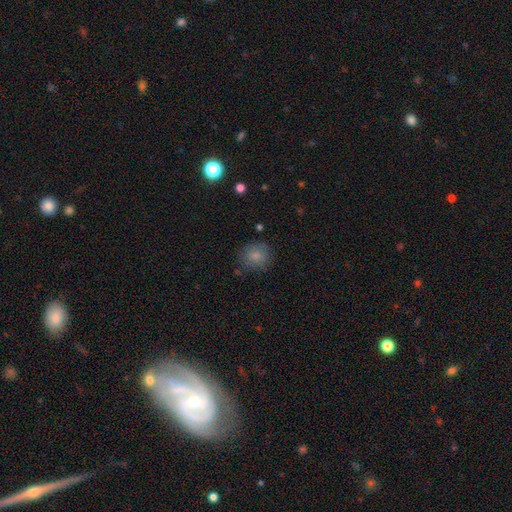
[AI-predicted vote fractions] A smooth galaxy with no disk features (83%) that is round (83%). Merging: none (79%).